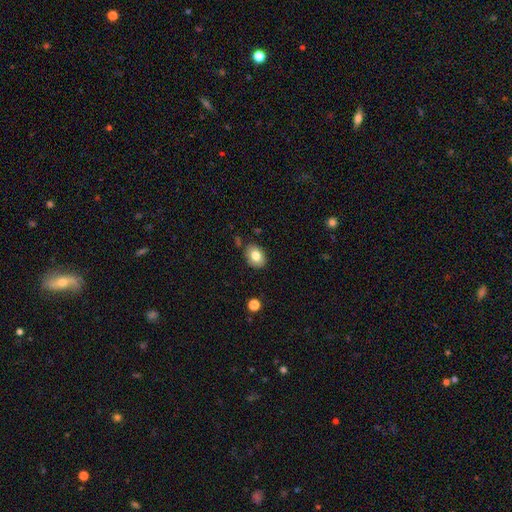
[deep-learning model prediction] Overall: smooth (79%). How rounded: in between (66%; round 33%). Merging: none (82%).